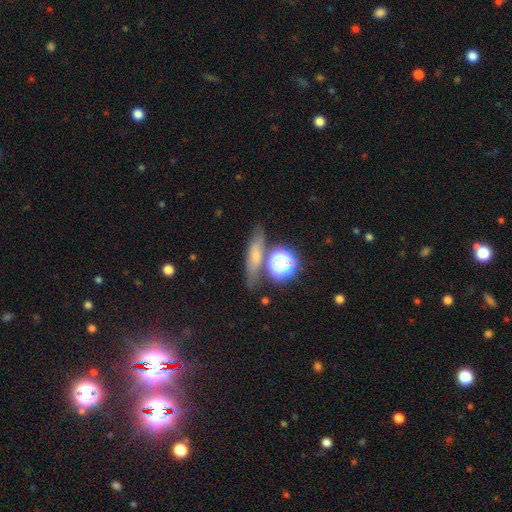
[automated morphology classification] Smooth or featured: smooth — 52% (featured or disk — 27%)
How rounded: cigar-shaped — 48% (in between — 27%)
Merging: none — 70% (minor disturbance — 14%)